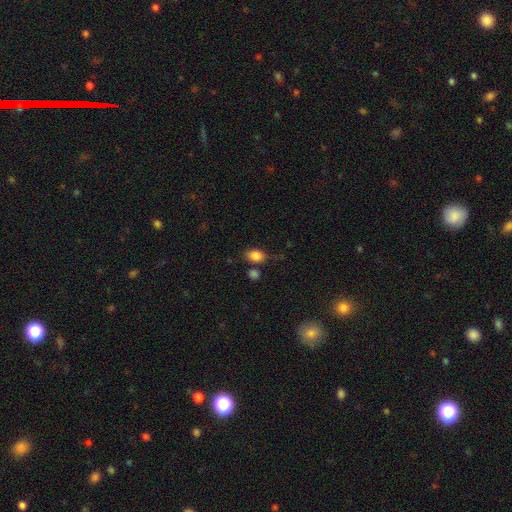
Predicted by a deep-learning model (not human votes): The model was most divided on "merging": none: 68%, minor disturbance: 17%, merger: 10%, major disturbance: 5%. More confident: smooth or featured — smooth (86%); how rounded — in between (78%).